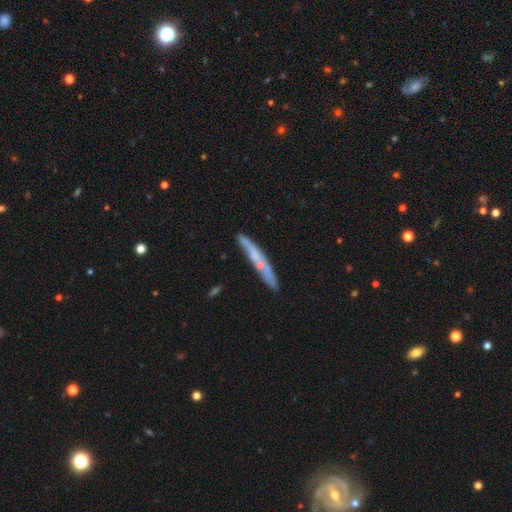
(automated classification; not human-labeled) This appears to be a featured or disk galaxy (56%) viewed edge-on (84%). Merging: none (78%).